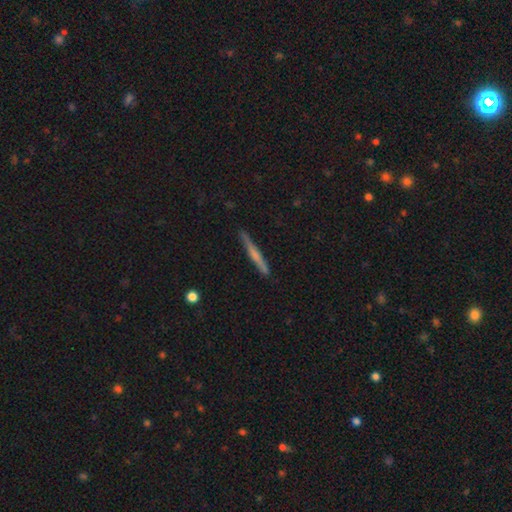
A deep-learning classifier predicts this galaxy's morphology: The model was most divided on "smooth or featured": featured or disk: 50%, smooth: 43%, star or artifact: 6%. More confident: edge-on disk — yes (97%); merging — none (89%).